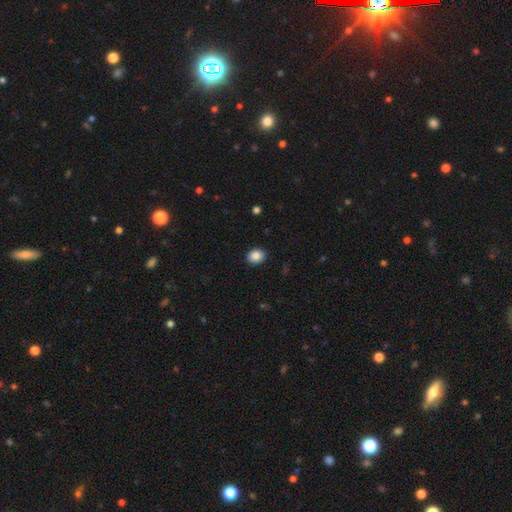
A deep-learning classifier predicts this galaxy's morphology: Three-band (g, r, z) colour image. It shows a smooth galaxy with no disk features (87%) that is in between round and cigar-shaped (52%). Merging: none (91%).